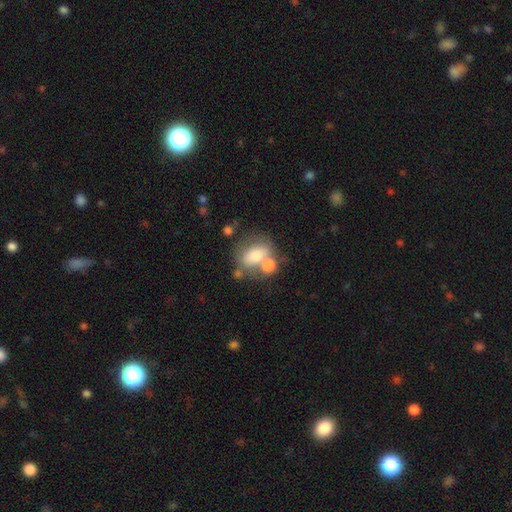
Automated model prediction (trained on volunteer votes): A smooth galaxy with no disk features (67%) that is in between round and cigar-shaped (63%).

Vote fractions:
- Smooth or featured? smooth: 67% / featured or disk: 24% / star or artifact: 9%
- How rounded? in between: 63% / round: 36% / cigar-shaped: 2%
- Merging? merger: 40% / none: 37% / minor disturbance: 14% / major disturbance: 9%